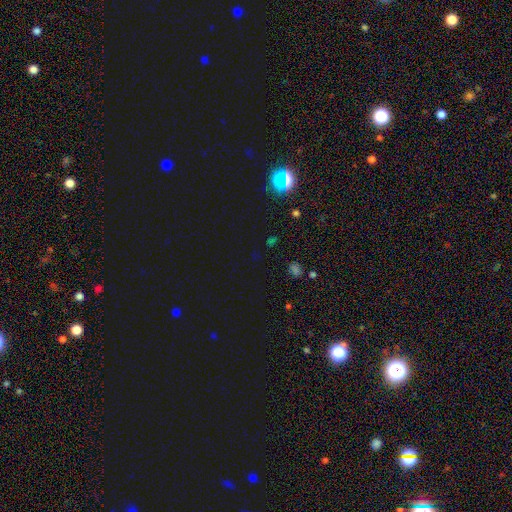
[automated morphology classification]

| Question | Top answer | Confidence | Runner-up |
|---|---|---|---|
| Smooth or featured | star or artifact | 69% | smooth (24%) |